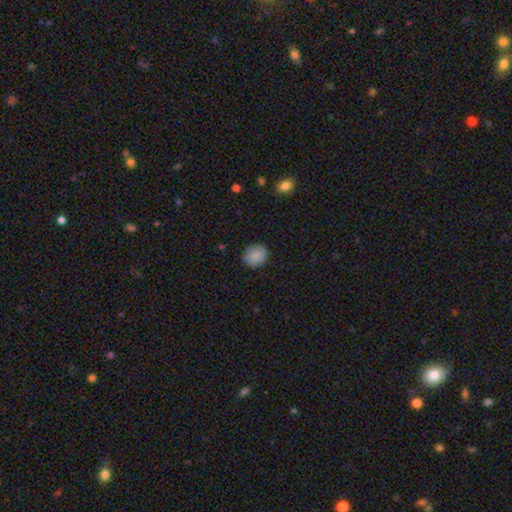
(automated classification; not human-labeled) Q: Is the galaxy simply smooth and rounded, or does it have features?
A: smooth — 88%.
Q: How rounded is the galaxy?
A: round — 68%.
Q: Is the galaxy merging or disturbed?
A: none — 85%.